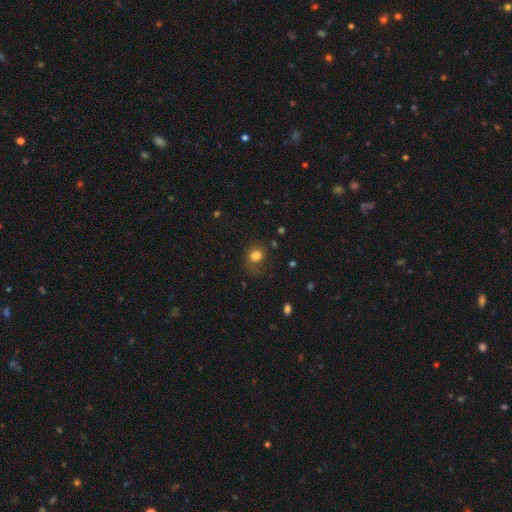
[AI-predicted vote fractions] Smooth or featured? smooth (78%)
How rounded? round (62%)
Merging? none (52%)